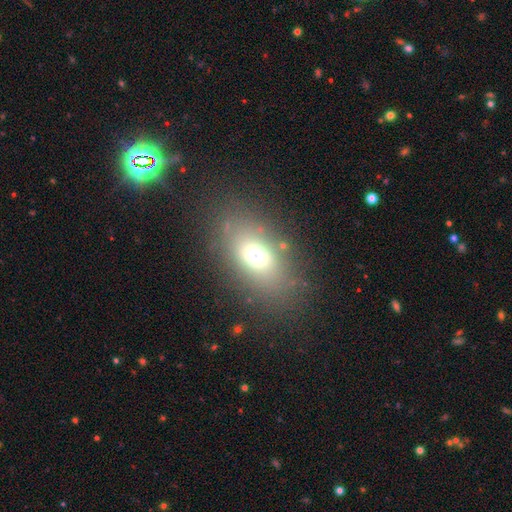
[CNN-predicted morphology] A smooth galaxy with no disk features (67%) that is in between round and cigar-shaped (81%).

Vote fractions:
- Smooth or featured? smooth: 67% / featured or disk: 18% / star or artifact: 15%
- How rounded? in between: 81% / round: 15% / cigar-shaped: 4%
- Merging? none: 78% / minor disturbance: 12% / major disturbance: 7% / merger: 3%